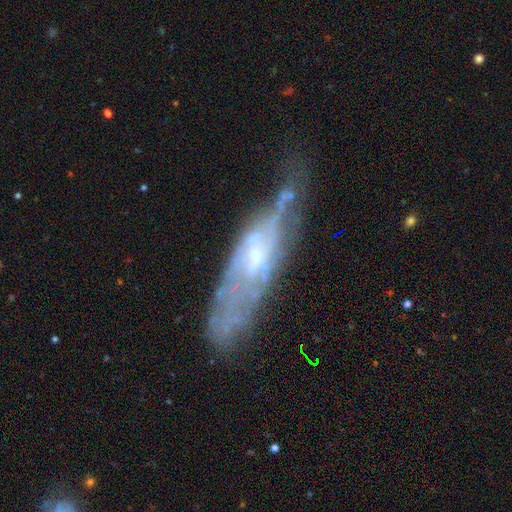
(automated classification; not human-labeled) Smooth or featured? Predicted: featured or disk (p=0.71). Edge-on disk? Predicted: no (p=0.55). Merging? Predicted: none (p=0.47).